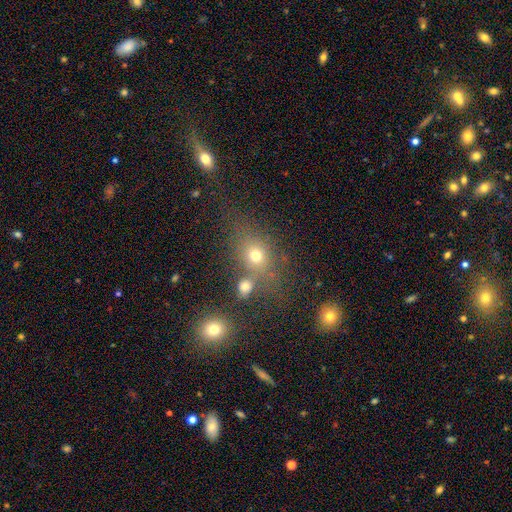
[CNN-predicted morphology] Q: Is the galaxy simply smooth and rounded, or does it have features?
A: smooth — 65%.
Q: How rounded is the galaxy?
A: round — 54%.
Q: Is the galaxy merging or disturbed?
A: none — 54%.